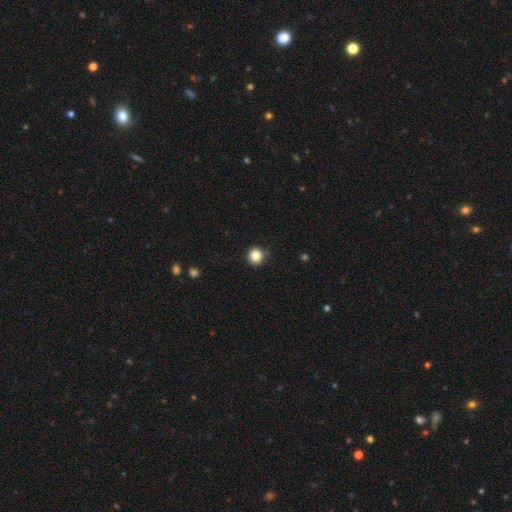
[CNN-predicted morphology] smooth_or_featured: smooth (p=0.84) [alt: star or artifact p=0.11]
how_rounded: round (p=0.91) [alt: in between p=0.08]
merging: none (p=0.86) [alt: minor disturbance p=0.11]